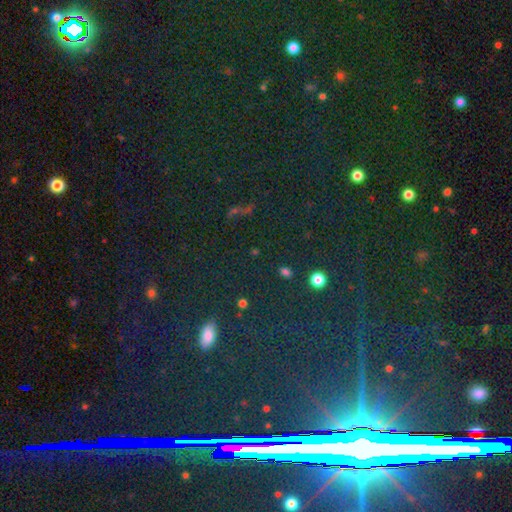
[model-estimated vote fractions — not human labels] star or artifact 82%, smooth 10%, featured or disk 9%.